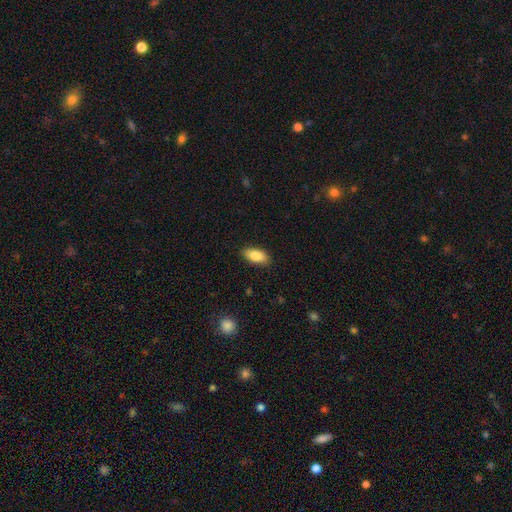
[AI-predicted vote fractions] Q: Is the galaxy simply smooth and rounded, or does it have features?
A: smooth — 82%.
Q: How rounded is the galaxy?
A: in between — 88%.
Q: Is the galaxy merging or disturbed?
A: none — 89%.